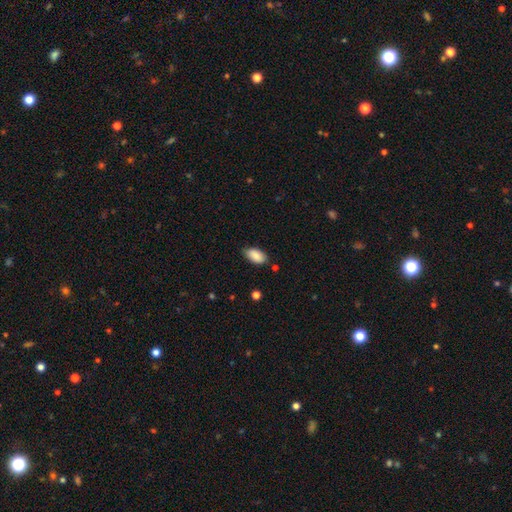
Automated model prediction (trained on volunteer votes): Morphology: type=smooth (87%); roundness=in between (94%); merging=none (76%).